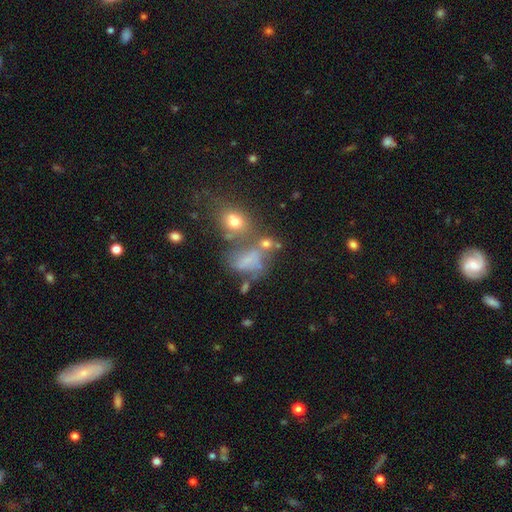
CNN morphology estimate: The model was most divided on "smooth or featured": smooth: 39%, featured or disk: 33%, star or artifact: 28%. Remaining: merging — none (37%).